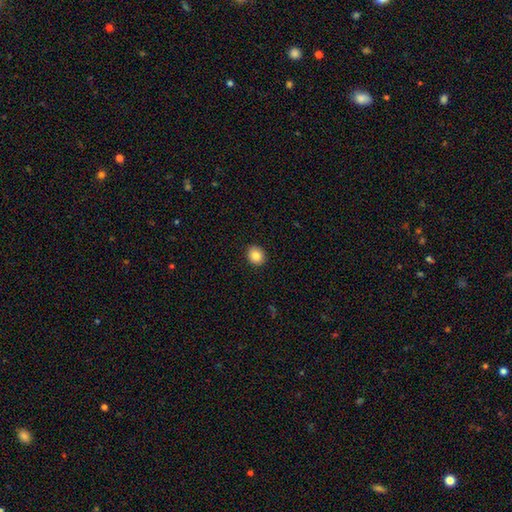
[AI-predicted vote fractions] Smooth or featured? Predicted: smooth (p=0.85). How rounded? Predicted: round (p=0.68). Merging? Predicted: none (p=0.91).